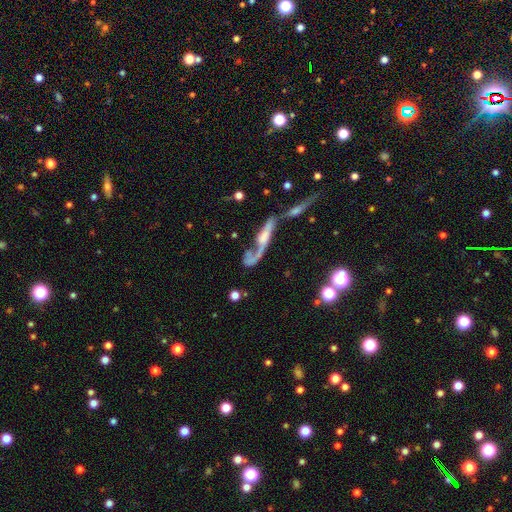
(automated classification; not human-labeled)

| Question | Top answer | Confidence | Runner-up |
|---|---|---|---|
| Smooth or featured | featured or disk | 68% | smooth (19%) |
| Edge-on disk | no | 68% | yes (32%) |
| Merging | merger | 40% | none (25%) |